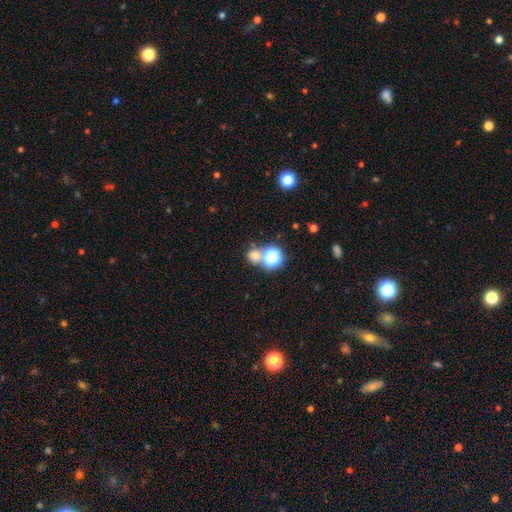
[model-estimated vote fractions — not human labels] Overall: smooth (67%). How rounded: round (80%). Merging: none (56%; merger 32%).